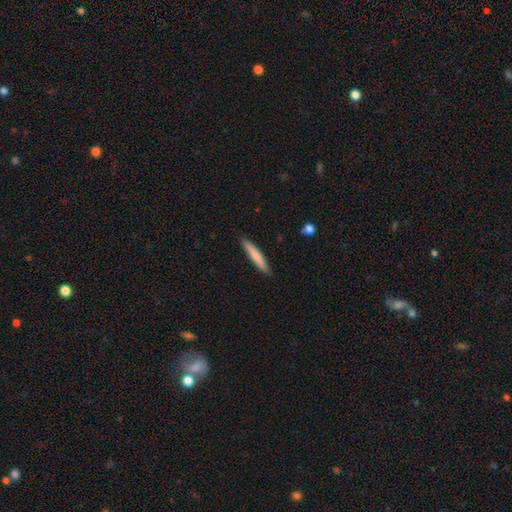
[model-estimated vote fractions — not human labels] This is likely a smooth galaxy (74%). How rounded: clearly cigar-shaped (93%). Merging: clearly none (90%).